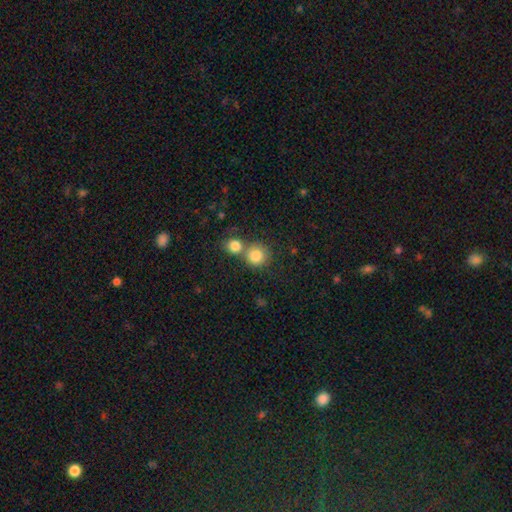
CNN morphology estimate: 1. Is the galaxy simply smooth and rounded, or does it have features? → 83% smooth, 9% star or artifact, 8% featured or disk.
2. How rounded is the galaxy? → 88% round, 11% in between, 1% cigar-shaped.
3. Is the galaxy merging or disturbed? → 47% none, 41% merger, 8% minor disturbance, 3% major disturbance.